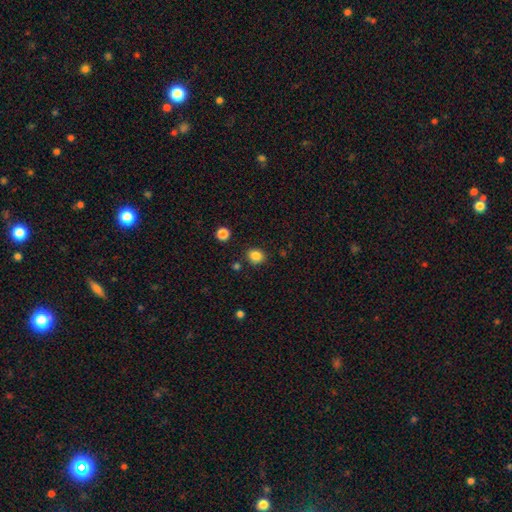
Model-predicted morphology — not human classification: Smooth or featured? smooth (85%)
How rounded? round (63%)
Merging? none (84%)